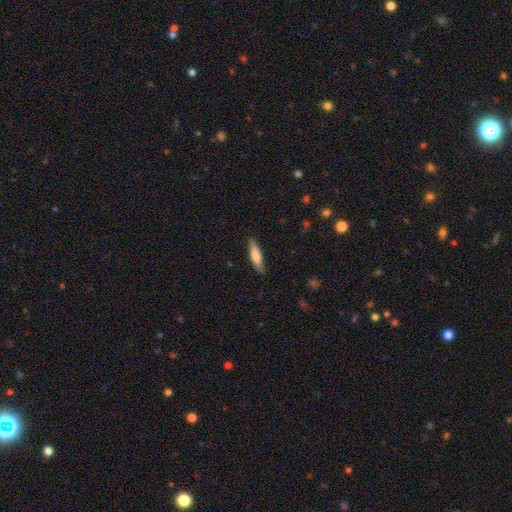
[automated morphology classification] This appears to be a smooth galaxy with no disk features (71%) that is cigar-shaped (73%). Merging: none (84%).